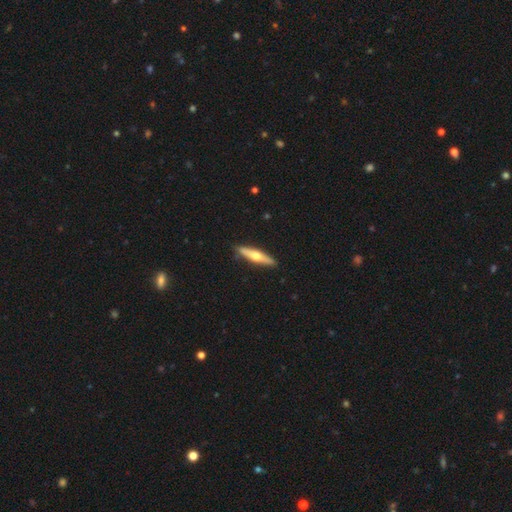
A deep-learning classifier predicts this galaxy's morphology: Smooth or featured: featured or disk — 51% (smooth — 44%)
Edge-on disk: yes — 91% (no — 9%)
Merging: none — 89% (minor disturbance — 8%)